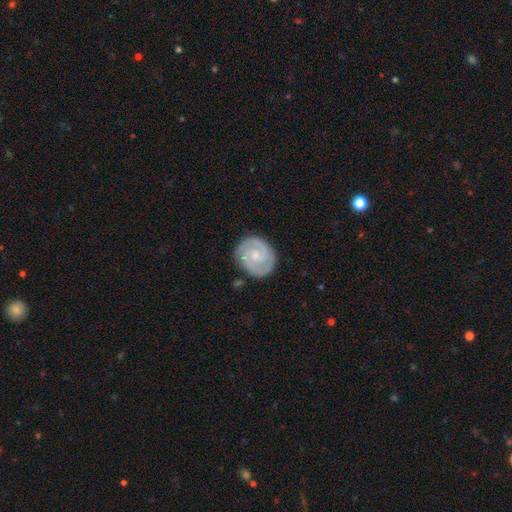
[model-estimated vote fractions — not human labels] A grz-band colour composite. It shows a featured or disk galaxy (84%) with no bar (60%), 2 (80%) tight (65%) spiral arms (97%) and a small central bulge (63%). Merging: none (85%).